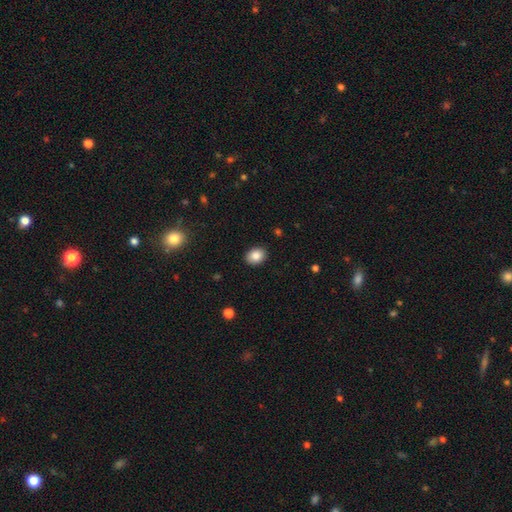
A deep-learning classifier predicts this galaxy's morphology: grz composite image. It shows a smooth galaxy with no disk features (86%) that is in between round and cigar-shaped (66%). Merging: none (89%).